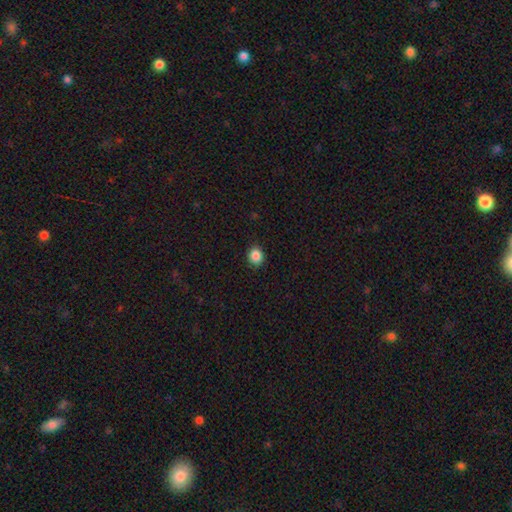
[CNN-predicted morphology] Overall: smooth (86%). How rounded: round (74%). Merging: none (90%).